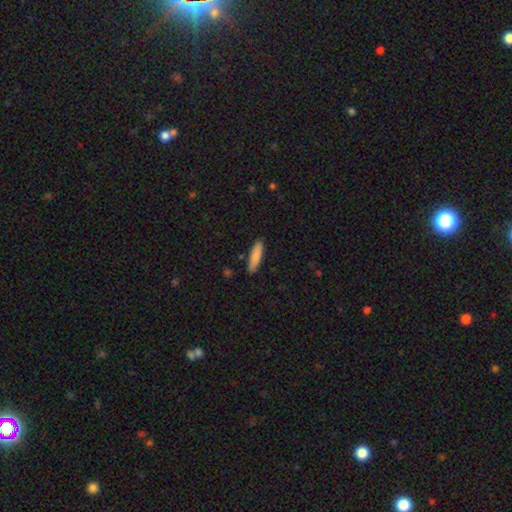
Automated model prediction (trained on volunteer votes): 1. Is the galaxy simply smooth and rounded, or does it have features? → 86% smooth, 8% featured or disk, 6% star or artifact.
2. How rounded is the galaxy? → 74% cigar-shaped, 24% in between, 1% round.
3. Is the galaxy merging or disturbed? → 87% none, 10% minor disturbance, 2% merger, 2% major disturbance.